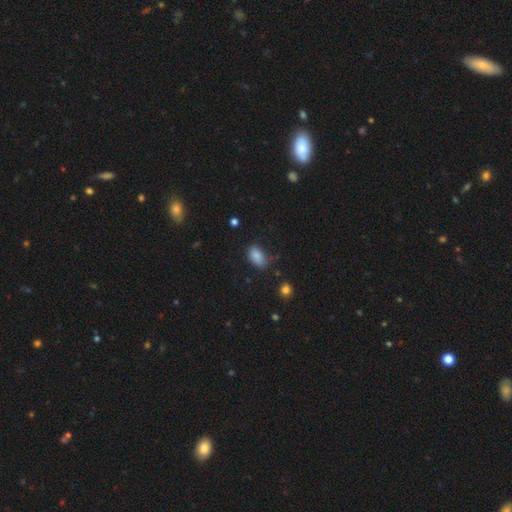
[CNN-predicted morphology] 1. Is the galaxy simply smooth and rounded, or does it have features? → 85% smooth, 9% star or artifact, 5% featured or disk.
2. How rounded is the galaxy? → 92% in between, 6% round, 2% cigar-shaped.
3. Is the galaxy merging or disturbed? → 69% none, 23% minor disturbance, 6% major disturbance, 2% merger.